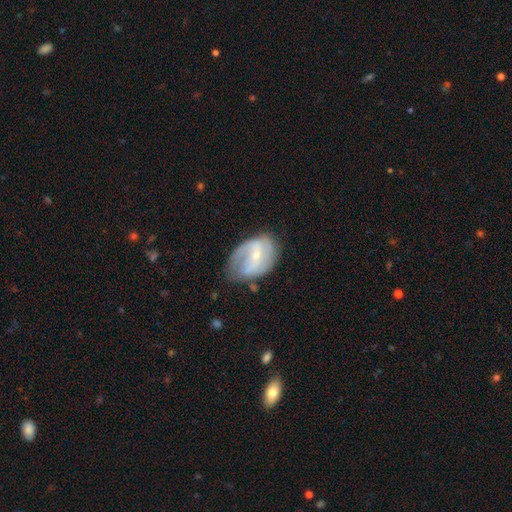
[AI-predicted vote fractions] Smooth or featured? Predicted: featured or disk (p=0.68). Edge-on disk? Predicted: no (p=0.96). Bar? Predicted: weak (p=0.46). Spiral arms? Predicted: yes (p=0.76). Bulge size? Predicted: small (p=0.69). Merging? Predicted: none (p=0.48).